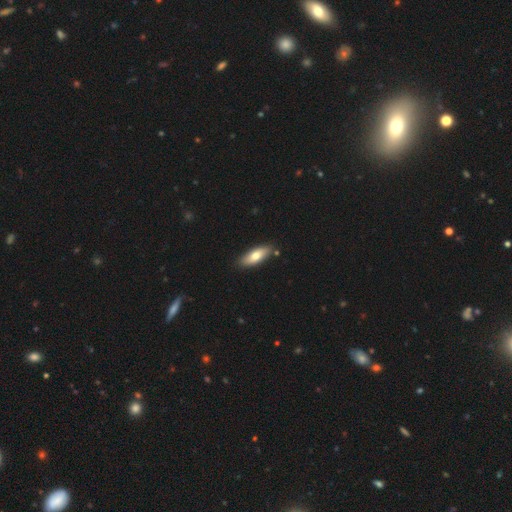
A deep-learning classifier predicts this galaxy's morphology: Smooth or featured?
  - smooth: 73% *
  - featured or disk: 22%
  - star or artifact: 6%
How rounded?
  - in between: 70% *
  - cigar-shaped: 28%
  - round: 2%
Merging?
  - none: 86% *
  - minor disturbance: 10%
  - merger: 3%
  - major disturbance: 2%